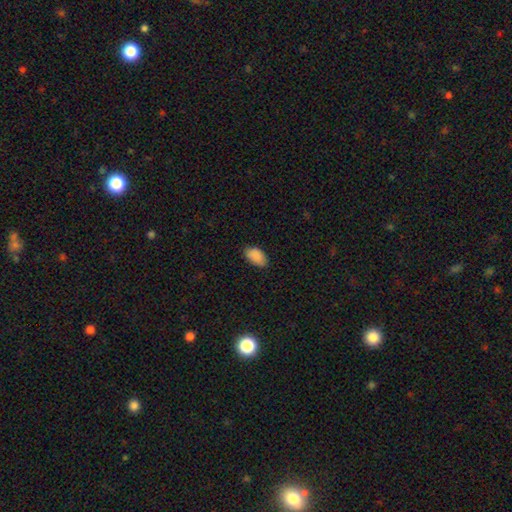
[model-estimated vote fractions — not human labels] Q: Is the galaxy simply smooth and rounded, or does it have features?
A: smooth — 89%.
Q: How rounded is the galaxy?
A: in between — 94%.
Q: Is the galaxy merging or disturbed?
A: none — 82%.